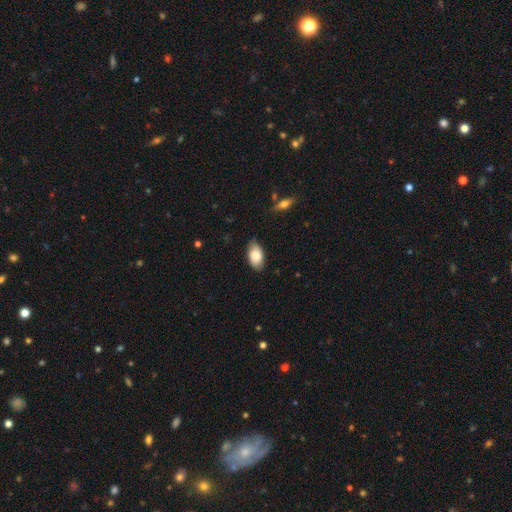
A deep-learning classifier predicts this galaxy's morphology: smooth_or_featured: smooth (p=0.83) [alt: featured or disk p=0.11]
how_rounded: in between (p=0.94) [alt: round p=0.03]
merging: none (p=0.82) [alt: minor disturbance p=0.15]